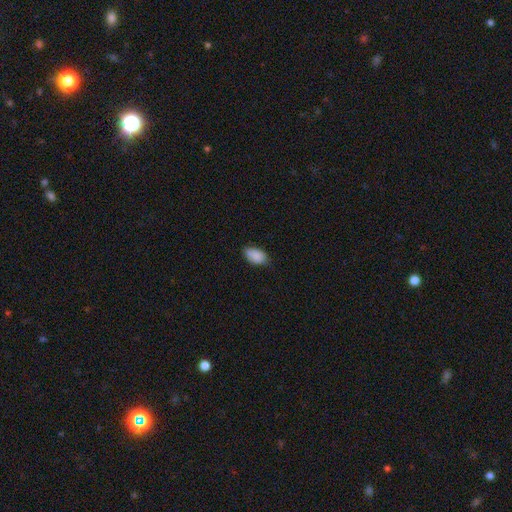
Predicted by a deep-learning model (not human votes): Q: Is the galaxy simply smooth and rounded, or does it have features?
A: smooth — 88%.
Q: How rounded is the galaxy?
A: in between — 93%.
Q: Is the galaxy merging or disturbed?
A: none — 74%.